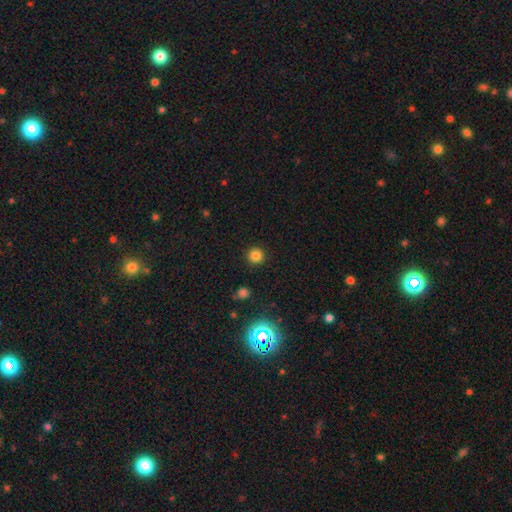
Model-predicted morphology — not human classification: Q: Smooth or featured?
A: smooth (81%); runner-up: star or artifact (15%)
Q: How rounded?
A: round (95%); runner-up: in between (4%)
Q: Merging?
A: none (92%); runner-up: minor disturbance (5%)